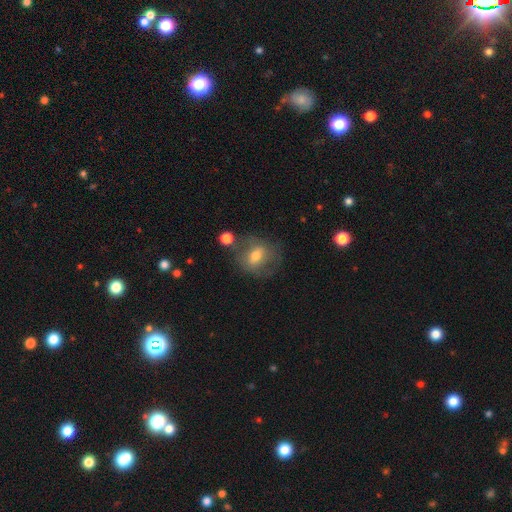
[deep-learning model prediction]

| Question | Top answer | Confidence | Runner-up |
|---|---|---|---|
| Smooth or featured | smooth | 53% | featured or disk (37%) |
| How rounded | round | 56% | in between (42%) |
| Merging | none | 62% | minor disturbance (20%) |